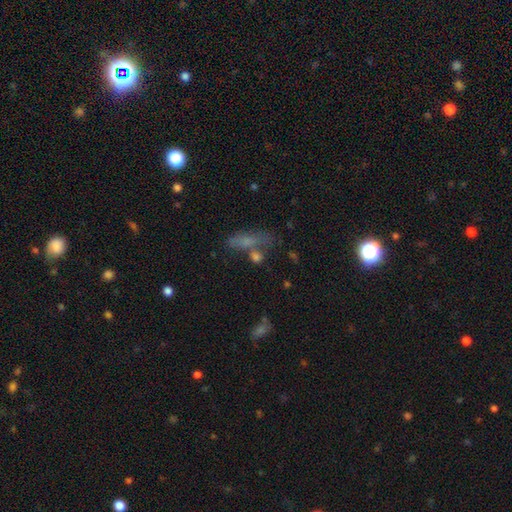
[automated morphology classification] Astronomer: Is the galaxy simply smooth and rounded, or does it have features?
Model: smooth — 64%.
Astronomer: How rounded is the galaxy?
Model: in between — 46% (runner-up: cigar-shaped, 43%).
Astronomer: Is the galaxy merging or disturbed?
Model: none — 50%.